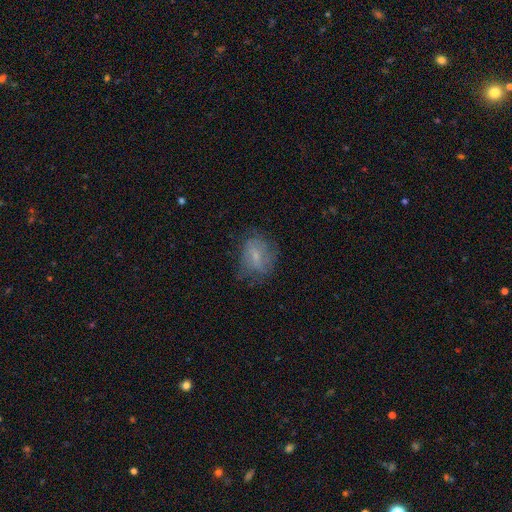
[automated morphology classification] This is possibly a smooth galaxy (48%). Merging: likely none (62%).